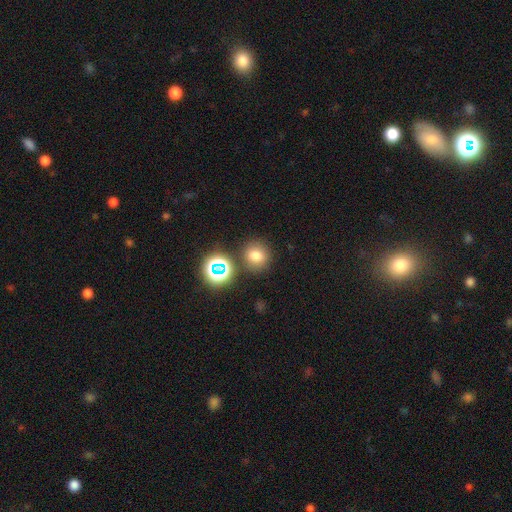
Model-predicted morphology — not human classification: Smooth or featured? smooth (72%)
How rounded? round (88%)
Merging? none (81%)